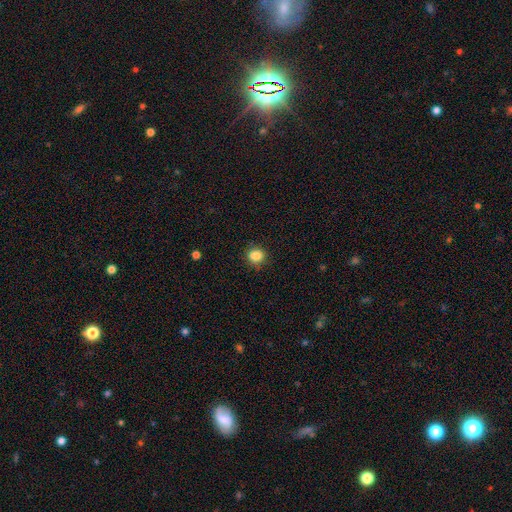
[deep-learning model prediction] A smooth galaxy with no disk features (85%) that is round (70%).

Vote fractions:
- Smooth or featured? smooth: 85% / star or artifact: 11% / featured or disk: 5%
- How rounded? round: 70% / in between: 29% / cigar-shaped: 1%
- Merging? none: 80% / minor disturbance: 14% / major disturbance: 3% / merger: 2%